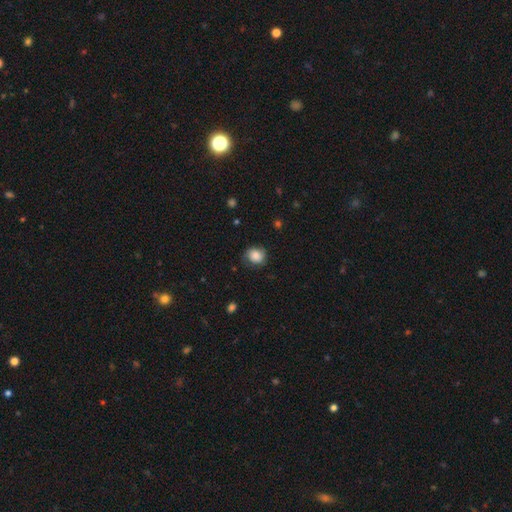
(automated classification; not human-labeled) Smooth or featured? Predicted: smooth (p=0.75). How rounded? Predicted: round (p=0.69). Merging? Predicted: none (p=0.71).